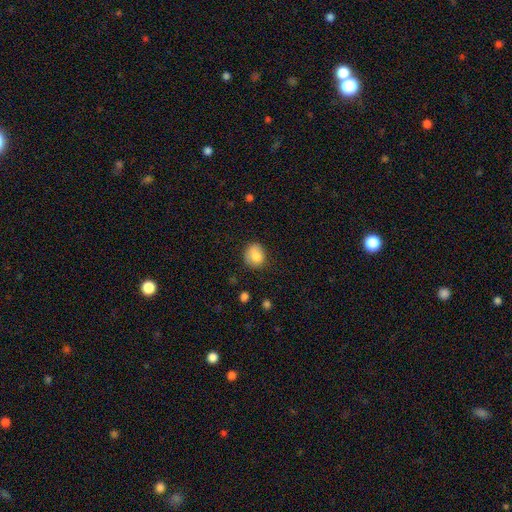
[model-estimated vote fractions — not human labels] Morphology: type=smooth (80%); roundness=round (72%); merging=none (66%).